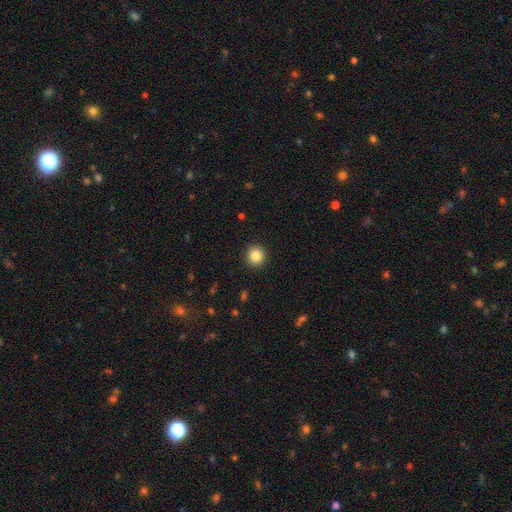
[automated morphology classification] smooth_or_featured: smooth (p=0.85) [alt: star or artifact p=0.10]
how_rounded: round (p=0.94) [alt: in between p=0.05]
merging: none (p=0.93) [alt: minor disturbance p=0.05]